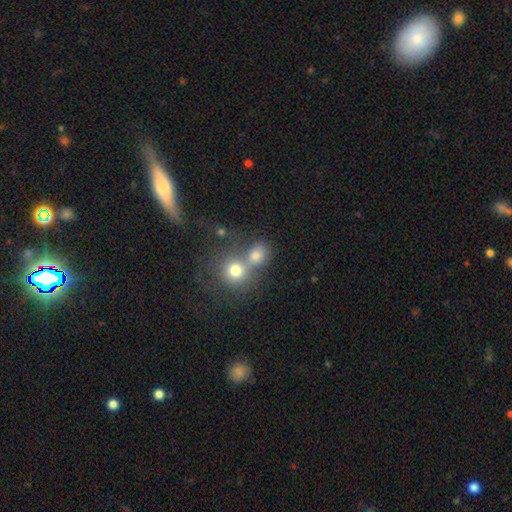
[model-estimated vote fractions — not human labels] The model was most divided on "merging": merger: 49%, none: 39%, minor disturbance: 8%, major disturbance: 4%. More confident: smooth or featured — smooth (75%); how rounded — round (72%).